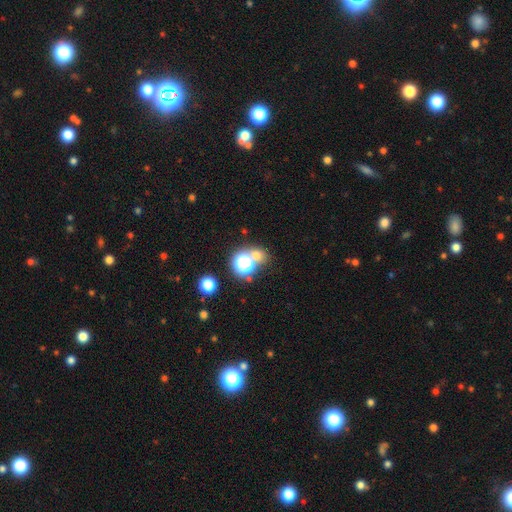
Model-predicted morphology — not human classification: This appears to be a smooth galaxy with no disk features (57%) that is round (76%). Merging: none (57%).